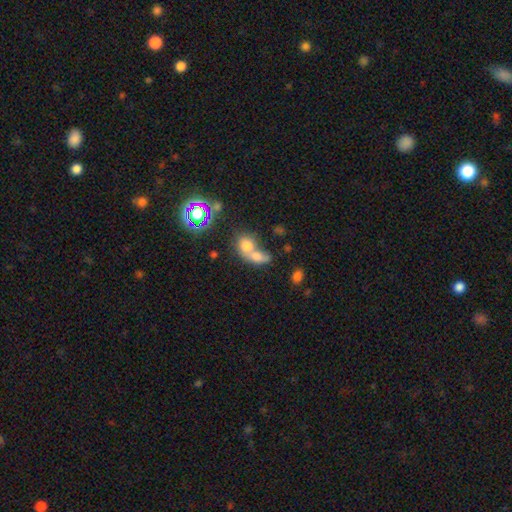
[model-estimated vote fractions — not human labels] Smooth or featured? Predicted: smooth (p=0.66). How rounded? Predicted: in between (p=0.53). Merging? Predicted: merger (p=0.68).